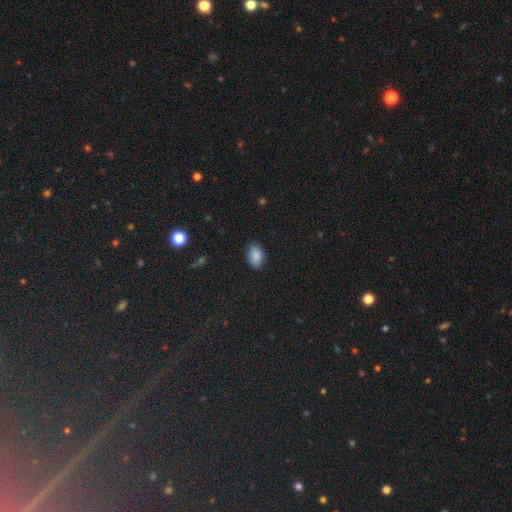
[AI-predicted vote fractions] This appears to be a smooth galaxy with no disk features (87%) that is in between round and cigar-shaped (89%). Merging: none (81%).